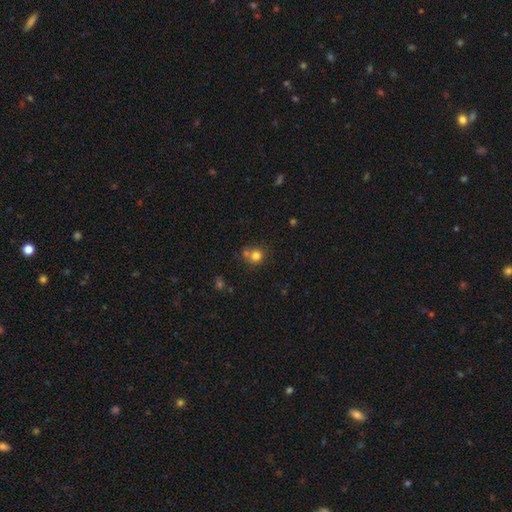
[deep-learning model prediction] smooth-or-featured: smooth: 78% | star or artifact: 14% | featured or disk: 9%
  how-rounded: round: 88% | in between: 11% | cigar-shaped: 1%
  merging: none: 57% | merger: 29% | minor disturbance: 10% | major disturbance: 4%